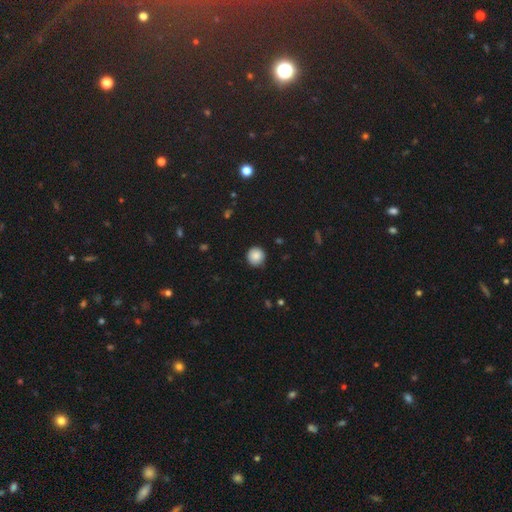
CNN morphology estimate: This appears to be a smooth galaxy with no disk features (87%) that is round (95%). Merging: none (89%).